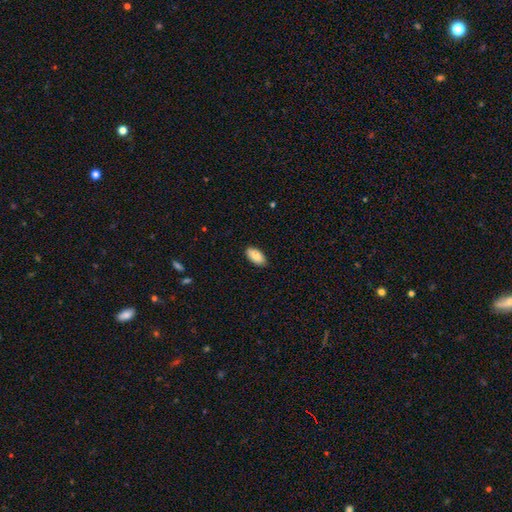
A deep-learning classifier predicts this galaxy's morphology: Q: Smooth or featured?
A: smooth (89%); runner-up: star or artifact (6%)
Q: How rounded?
A: in between (92%); runner-up: cigar-shaped (6%)
Q: Merging?
A: none (87%); runner-up: minor disturbance (10%)